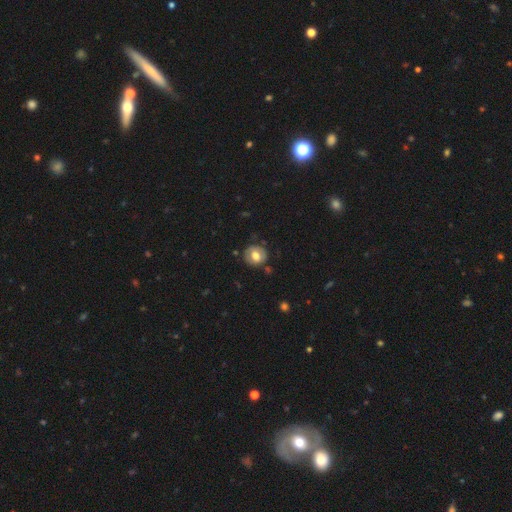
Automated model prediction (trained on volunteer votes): Smooth or featured? smooth (59%)
How rounded? round (79%)
Merging? none (78%)